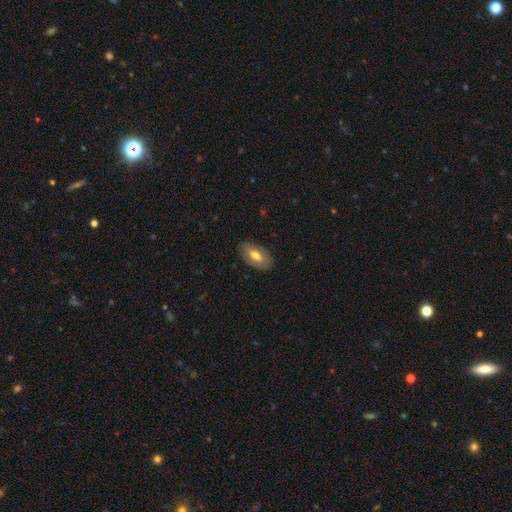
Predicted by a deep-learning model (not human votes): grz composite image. It shows a smooth galaxy with no disk features (57%) that is in between round and cigar-shaped (91%). Merging: none (79%).